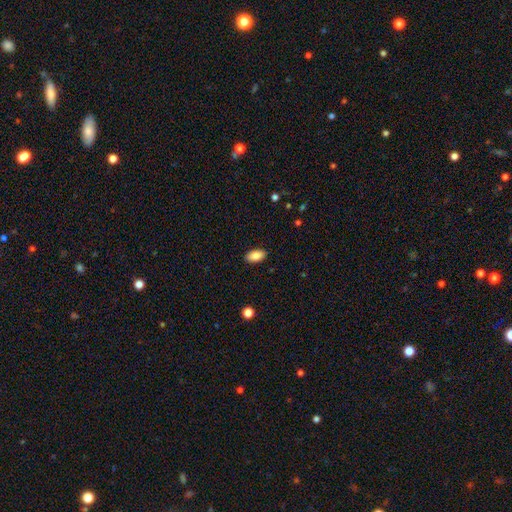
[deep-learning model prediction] Q: Smooth or featured?
A: smooth (86%); runner-up: star or artifact (7%)
Q: How rounded?
A: in between (93%); runner-up: cigar-shaped (4%)
Q: Merging?
A: none (89%); runner-up: minor disturbance (9%)